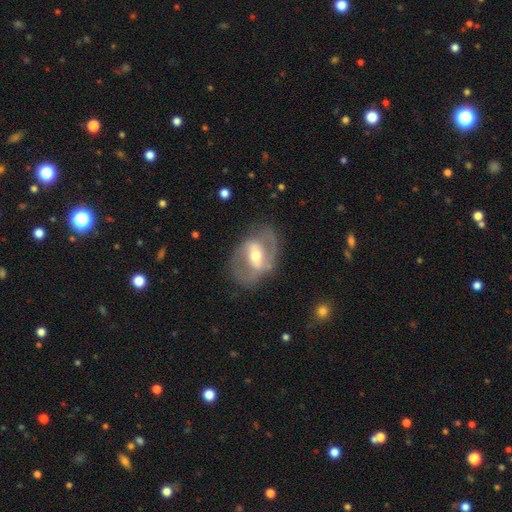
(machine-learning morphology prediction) smooth-or-featured: featured or disk: 78% | smooth: 16% | star or artifact: 6%
  disk-edge-on: no: 94% | yes: 6%
    bar: strong: 46% | weak: 37% | no: 17%
    has-spiral-arms: yes: 71% | no: 29%
      spiral-winding: medium: 49% | tight: 26% | loose: 25%
      spiral-arm-count: 2: 79% | can't tell: 12% | 1: 6% | 3: 2% | 4: 1% | more than 4: 1%
    bulge-size: moderate: 66% | small: 24% | large: 8% | none: 1% | dominant: 1%
  merging: none: 71% | minor disturbance: 16% | major disturbance: 11% | merger: 2%